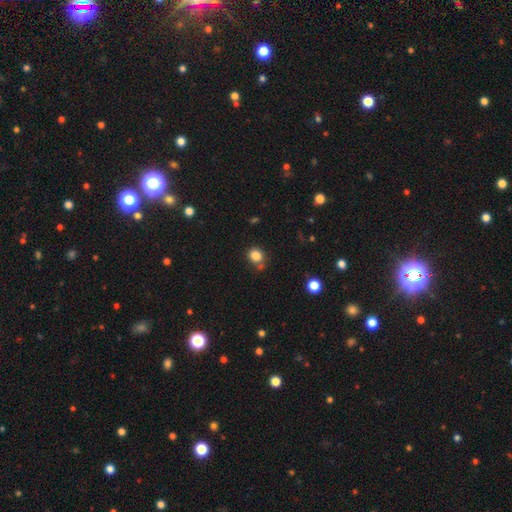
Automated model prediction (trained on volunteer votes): smooth 83%, star or artifact 12%, featured or disk 5%. Down the decision tree: how rounded — round (74%); merging — none (72%).